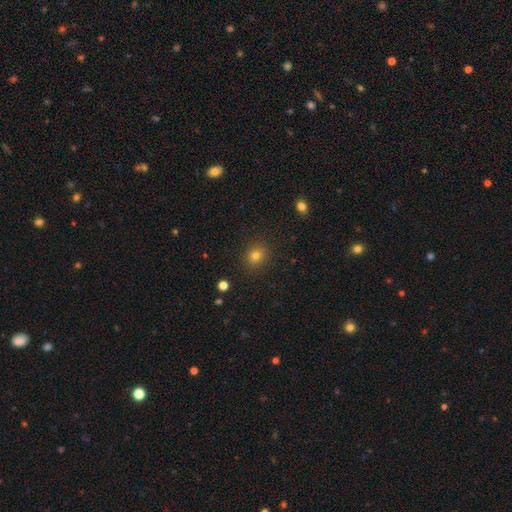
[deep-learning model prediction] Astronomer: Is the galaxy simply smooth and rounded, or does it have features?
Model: smooth — 78%.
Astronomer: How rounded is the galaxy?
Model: round — 77%.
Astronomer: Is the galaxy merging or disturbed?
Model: none — 89%.